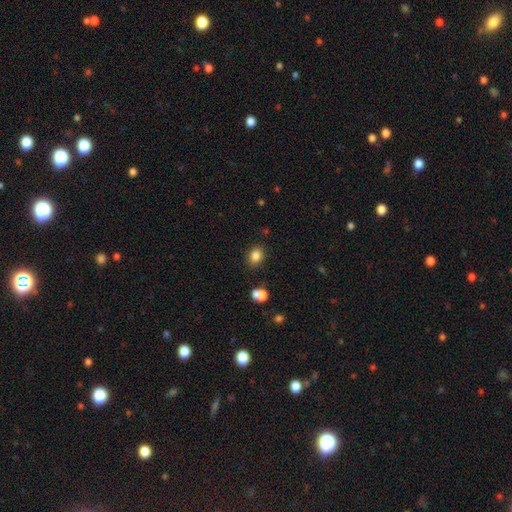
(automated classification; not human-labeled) Smooth or featured: smooth — 83% (star or artifact — 11%)
How rounded: in between — 58% (round — 41%)
Merging: none — 83% (minor disturbance — 10%)